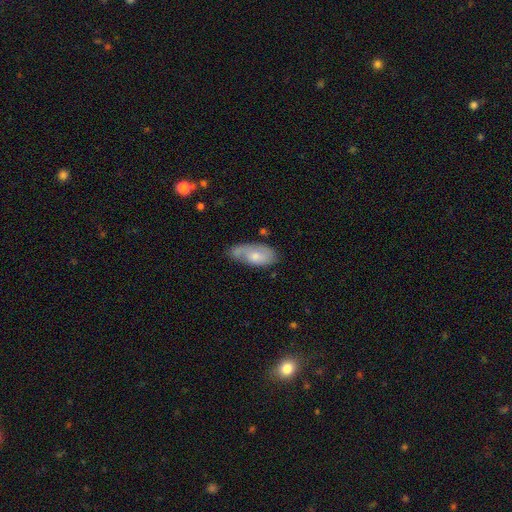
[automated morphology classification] Q: Smooth or featured?
A: smooth (55%); runner-up: featured or disk (38%)
Q: How rounded?
A: in between (88%); runner-up: cigar-shaped (9%)
Q: Merging?
A: none (52%); runner-up: minor disturbance (29%)